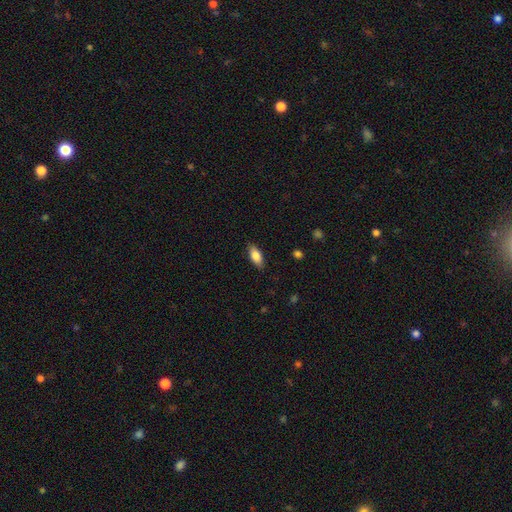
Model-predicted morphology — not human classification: type=smooth (80%); roundness=in between (84%); merging=none (86%).